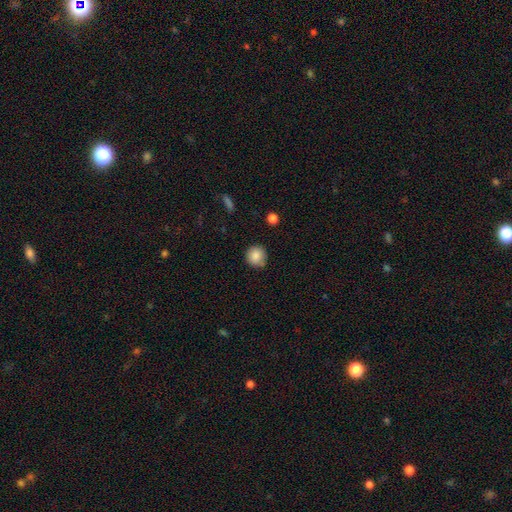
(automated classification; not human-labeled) This appears to be a smooth galaxy with no disk features (87%) that is round (91%). Merging: none (83%).